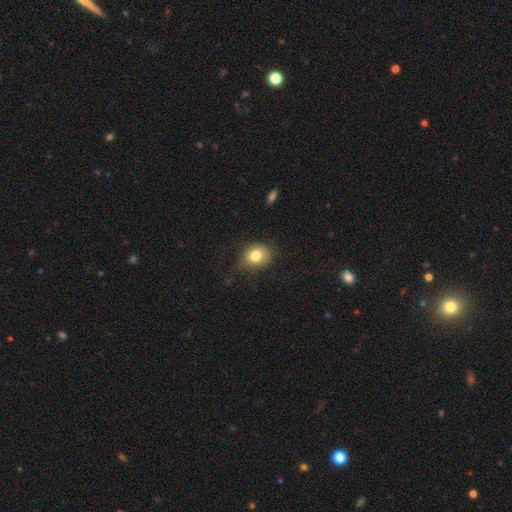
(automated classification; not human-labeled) Smooth or featured? smooth (80%)
How rounded? round (60%)
Merging? none (71%)